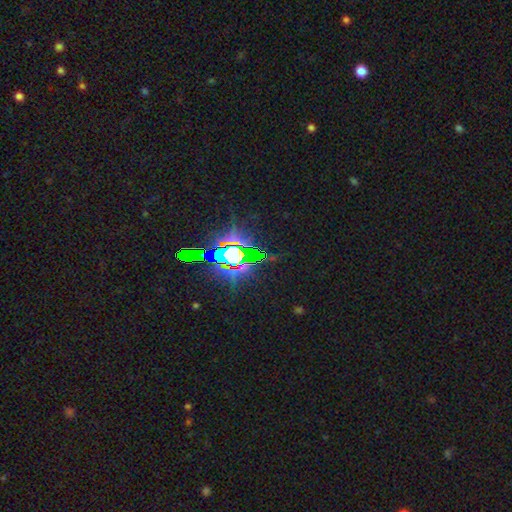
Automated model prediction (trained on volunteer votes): smooth_or_featured: star or artifact (p=0.79) [alt: featured or disk p=0.11]